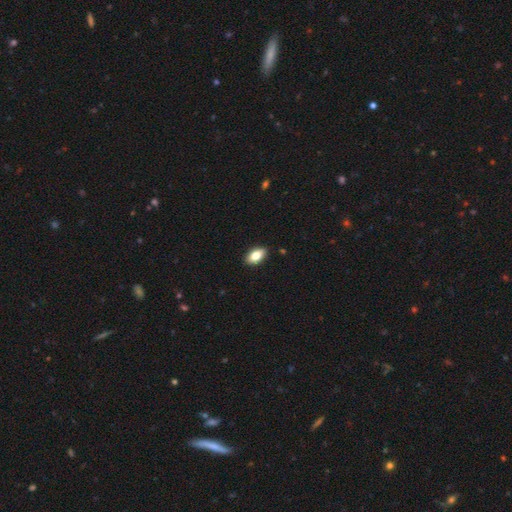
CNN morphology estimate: This is clearly a smooth galaxy (80%). How rounded: clearly in between (90%). Merging: clearly none (89%).